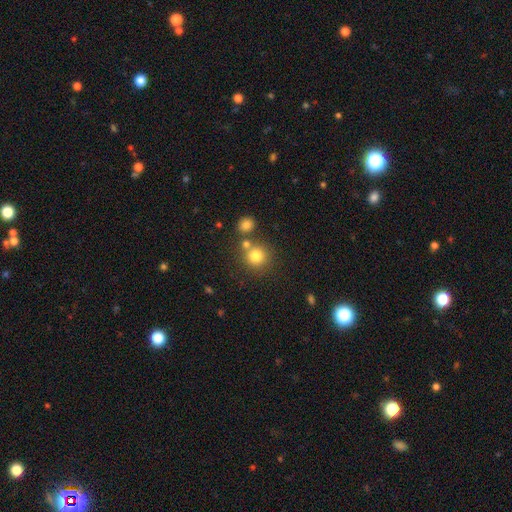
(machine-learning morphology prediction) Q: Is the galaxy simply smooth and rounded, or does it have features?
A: smooth — 78%.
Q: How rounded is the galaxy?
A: round — 91%.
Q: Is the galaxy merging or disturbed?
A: none — 69%.